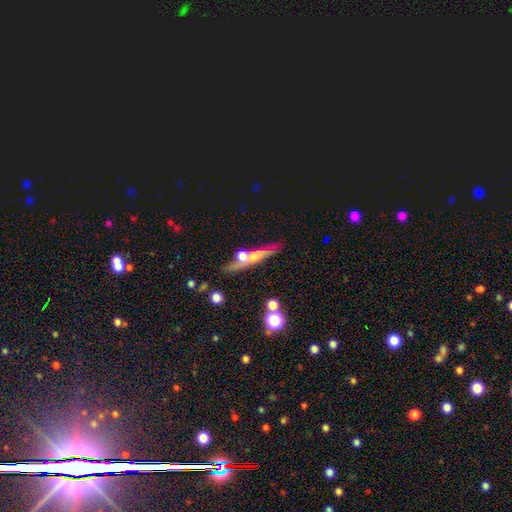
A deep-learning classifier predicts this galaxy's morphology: Q: Smooth or featured?
A: featured or disk (58%); runner-up: smooth (28%)
Q: Edge-on disk?
A: yes (85%); runner-up: no (15%)
Q: Merging?
A: none (70%); runner-up: merger (13%)